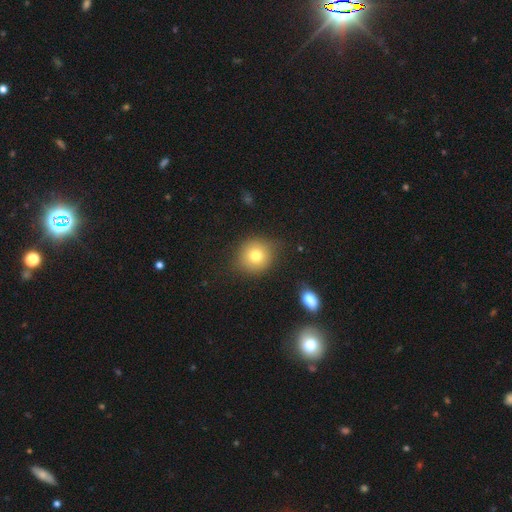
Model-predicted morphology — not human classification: smooth_or_featured: smooth (p=0.77) [alt: featured or disk p=0.12]
how_rounded: round (p=0.84) [alt: in between p=0.15]
merging: none (p=0.81) [alt: minor disturbance p=0.13]